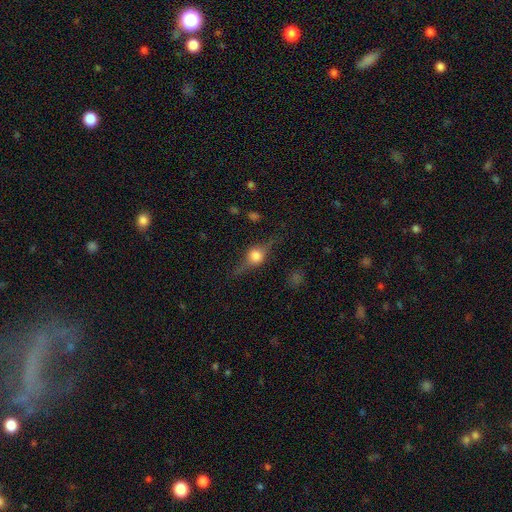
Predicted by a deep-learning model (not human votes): Q: Smooth or featured?
A: featured or disk (62%); runner-up: smooth (28%)
Q: Edge-on disk?
A: yes (93%); runner-up: no (7%)
Q: Edge-on bulge?
A: rounded (95%); runner-up: boxy (4%)
Q: Merging?
A: none (78%); runner-up: minor disturbance (15%)